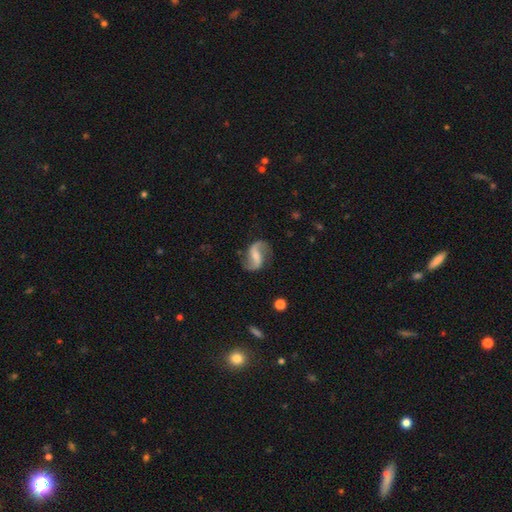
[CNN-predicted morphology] A featured or disk galaxy (87%) with a weak bar (42%), 2 (93%) loose (67%) spiral arms (96%) and a small central bulge (40%). Merging: none (78%).